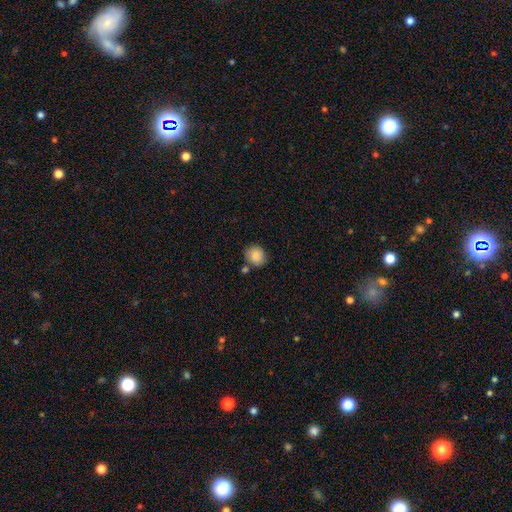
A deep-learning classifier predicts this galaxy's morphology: Smooth or featured? smooth (84%)
How rounded? round (81%)
Merging? none (73%)